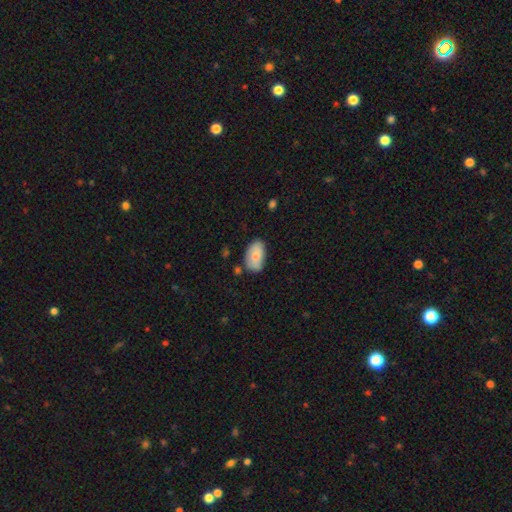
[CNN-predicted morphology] Overall: smooth (74%). How rounded: in between (92%). Merging: none (70%).